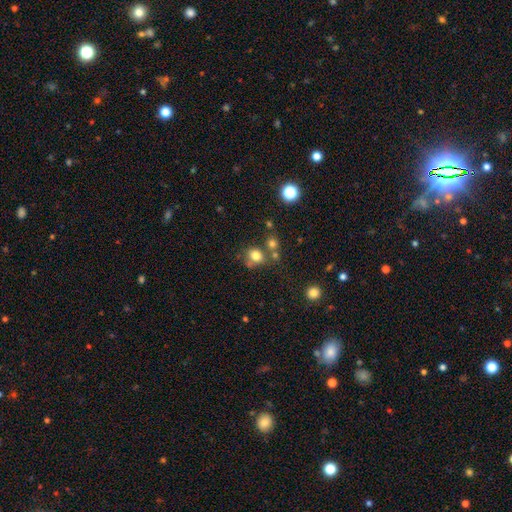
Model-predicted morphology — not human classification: The model was most divided on "how rounded": round: 63%, in between: 36%, cigar-shaped: 1%. More confident: smooth or featured — smooth (76%); merging — none (57%).